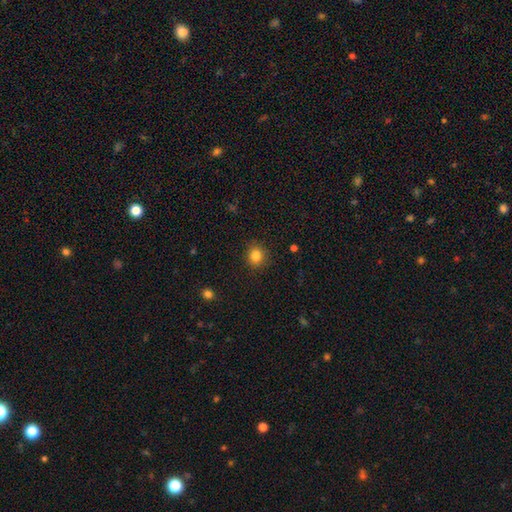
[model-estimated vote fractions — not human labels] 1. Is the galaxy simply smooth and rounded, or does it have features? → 84% smooth, 11% star or artifact, 5% featured or disk.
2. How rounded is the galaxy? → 78% round, 21% in between, 1% cigar-shaped.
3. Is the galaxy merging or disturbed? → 87% none, 9% minor disturbance, 3% major disturbance, 1% merger.